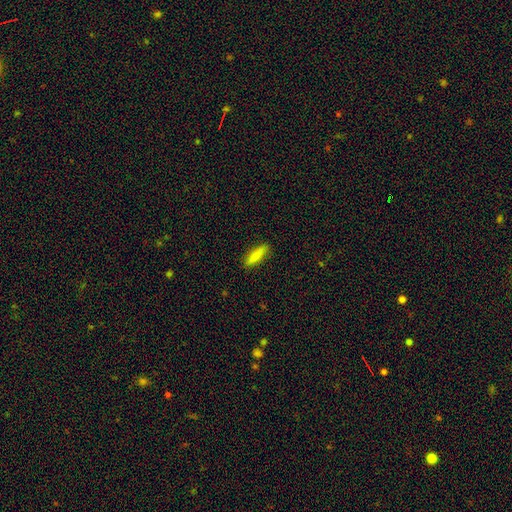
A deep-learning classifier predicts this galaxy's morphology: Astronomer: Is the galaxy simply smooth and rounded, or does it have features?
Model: smooth — 85%.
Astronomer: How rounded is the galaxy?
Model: cigar-shaped — 70%.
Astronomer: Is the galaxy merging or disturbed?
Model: none — 87%.